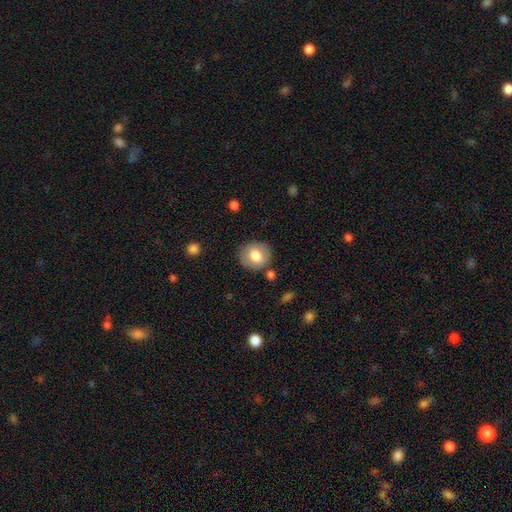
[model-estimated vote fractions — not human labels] Smooth or featured? Predicted: smooth (p=0.73). How rounded? Predicted: round (p=0.77). Merging? Predicted: none (p=0.80).